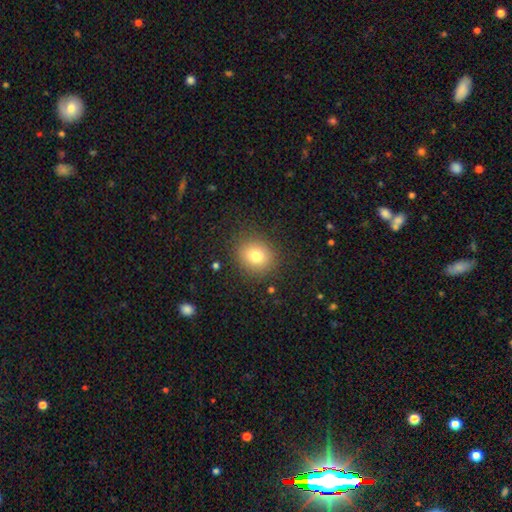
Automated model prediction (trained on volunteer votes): Smooth or featured?
  - smooth: 79% *
  - star or artifact: 12%
  - featured or disk: 9%
How rounded?
  - round: 76% *
  - in between: 23%
  - cigar-shaped: 1%
Merging?
  - none: 87% *
  - minor disturbance: 8%
  - major disturbance: 3%
  - merger: 1%